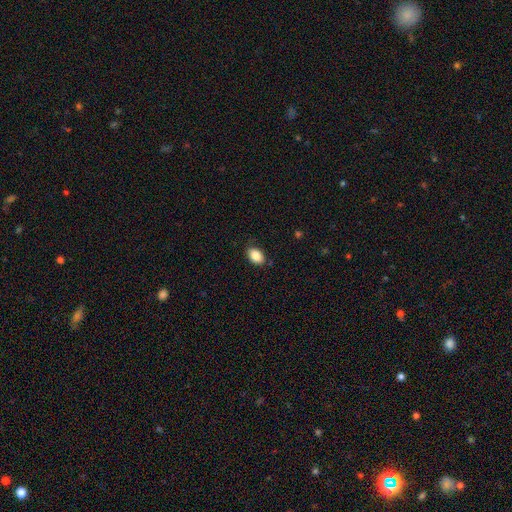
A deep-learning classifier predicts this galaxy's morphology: type=smooth (86%); roundness=in between (87%); merging=none (84%).